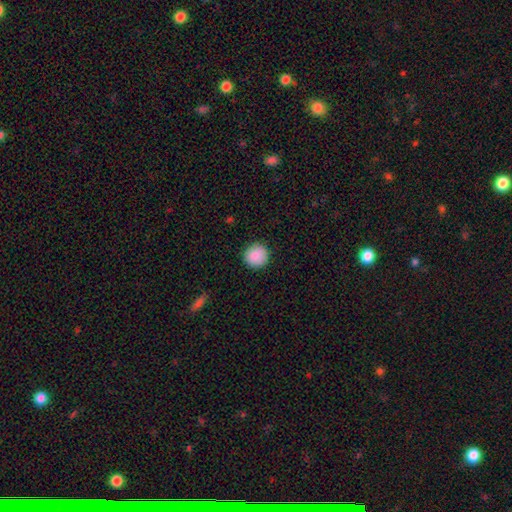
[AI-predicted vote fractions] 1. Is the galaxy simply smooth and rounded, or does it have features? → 90% smooth, 7% star or artifact, 3% featured or disk.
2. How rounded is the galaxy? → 93% round, 6% in between, 1% cigar-shaped.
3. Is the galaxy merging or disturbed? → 90% none, 7% minor disturbance, 2% major disturbance, 1% merger.